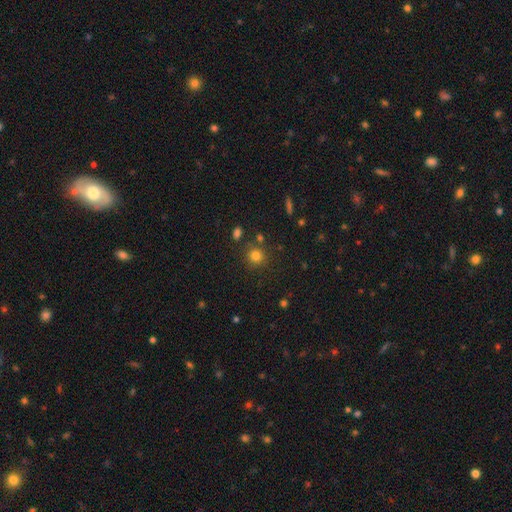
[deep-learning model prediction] A smooth galaxy with no disk features (79%) that is round (89%). Merging: none (81%).